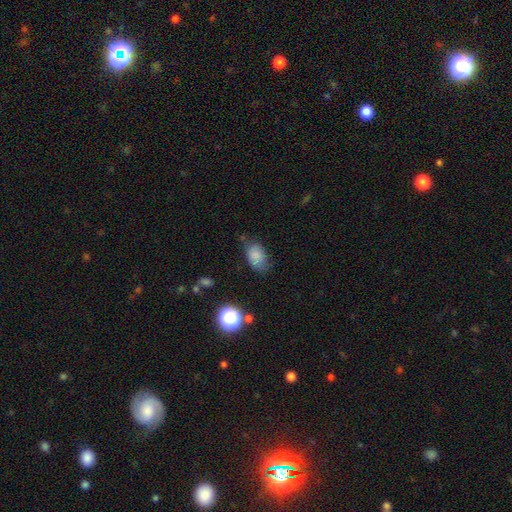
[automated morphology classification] This is clearly a smooth galaxy (81%). How rounded: clearly in between (84%). Merging: likely none (64%).